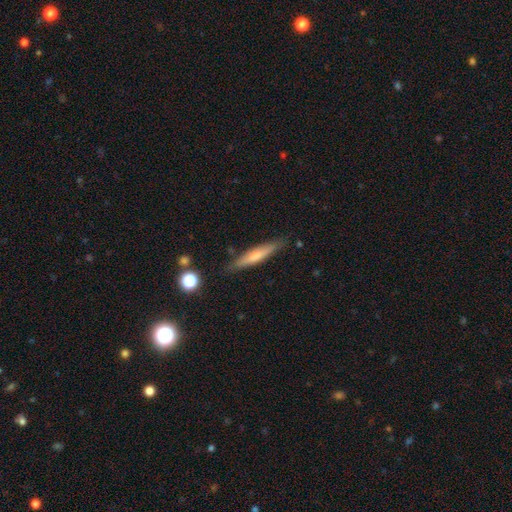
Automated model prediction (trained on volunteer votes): Smooth or featured?
  - smooth: 57% *
  - featured or disk: 37%
  - star or artifact: 6%
How rounded?
  - cigar-shaped: 91% *
  - in between: 7%
  - round: 1%
Merging?
  - none: 85% *
  - minor disturbance: 11%
  - major disturbance: 2%
  - merger: 2%